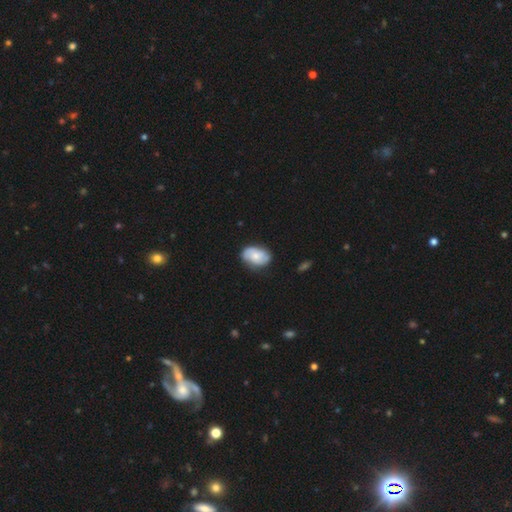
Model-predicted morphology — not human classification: Q: Smooth or featured?
A: smooth (48%); runner-up: featured or disk (45%)
Q: Merging?
A: none (76%); runner-up: minor disturbance (19%)